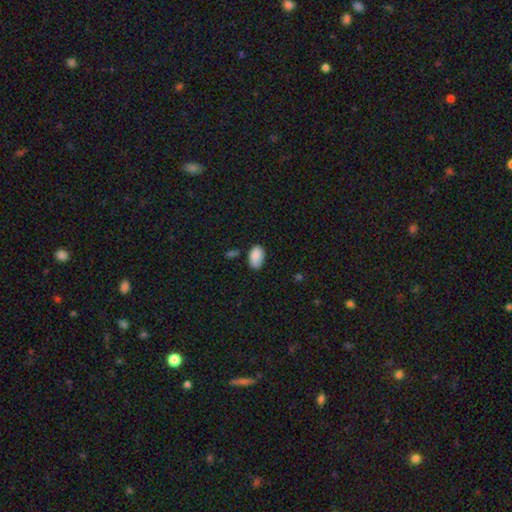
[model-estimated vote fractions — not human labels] A smooth galaxy with no disk features (89%) that is in between round and cigar-shaped (92%). Merging: none (69%).